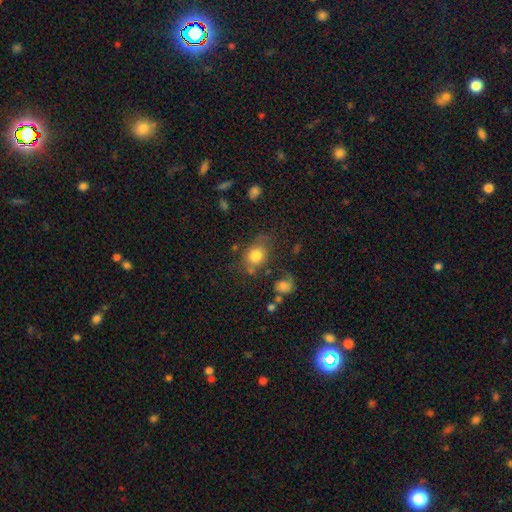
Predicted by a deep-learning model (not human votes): This is likely a smooth galaxy (78%). How rounded: possibly round (52%). Merging: possibly none (60%).